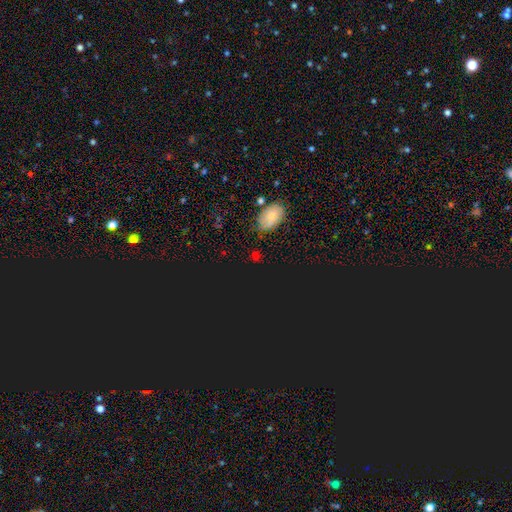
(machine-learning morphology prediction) The model was most divided on "smooth or featured": star or artifact: 50%, smooth: 39%, featured or disk: 10%.